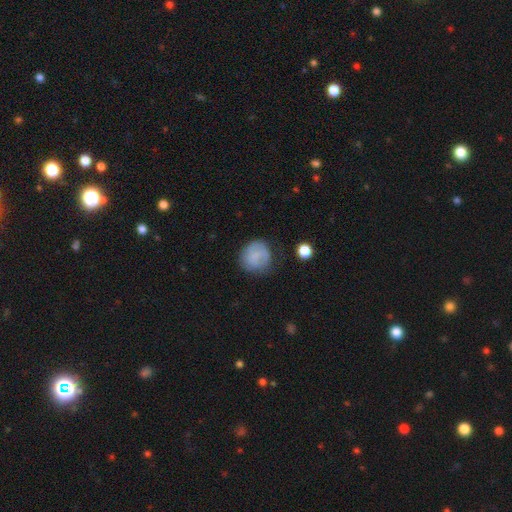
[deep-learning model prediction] A smooth galaxy with no disk features (75%) that is round (85%).

Vote fractions:
- Smooth or featured? smooth: 75% / featured or disk: 17% / star or artifact: 9%
- How rounded? round: 85% / in between: 14% / cigar-shaped: 1%
- Merging? none: 64% / minor disturbance: 24% / major disturbance: 10% / merger: 2%